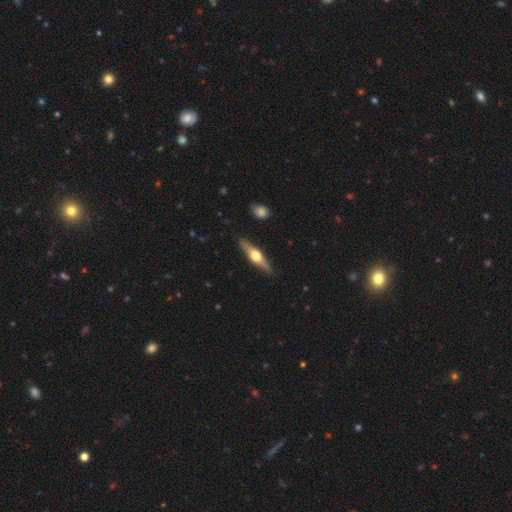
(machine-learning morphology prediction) Overall: featured or disk (65%; smooth 30%). Edge-on disk: yes (95%). Edge-on bulge: rounded (95%). Merging: none (90%).